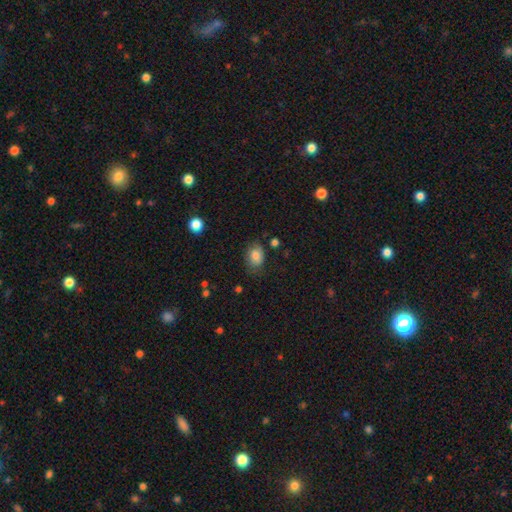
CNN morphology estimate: type=smooth (81%); roundness=in between (74%); merging=none (67%).